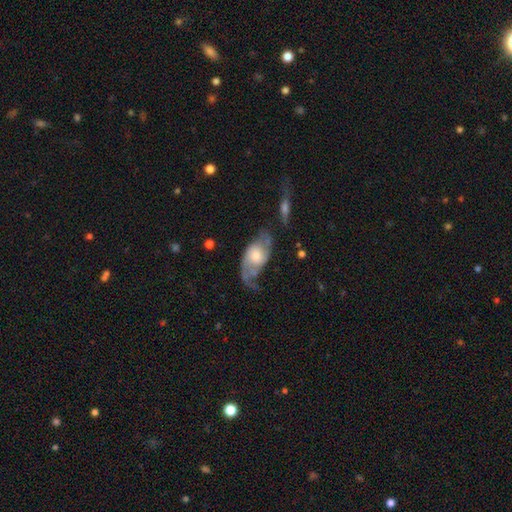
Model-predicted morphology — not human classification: Smooth or featured? featured or disk (79%)
Edge-on disk? no (94%)
Bar? no (65%)
Spiral arms? yes (93%)
Spiral winding? loose (49%)
Spiral arm count? 2 (82%)
Bulge size? moderate (51%)
Merging? none (52%)